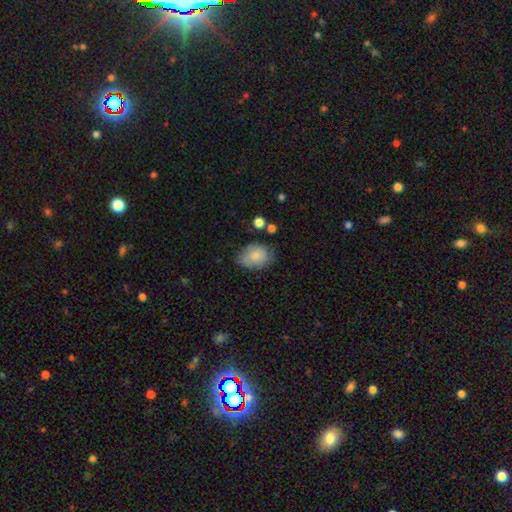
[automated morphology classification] Q: Smooth or featured?
A: smooth (79%); runner-up: featured or disk (14%)
Q: How rounded?
A: in between (74%); runner-up: round (25%)
Q: Merging?
A: none (66%); runner-up: minor disturbance (24%)